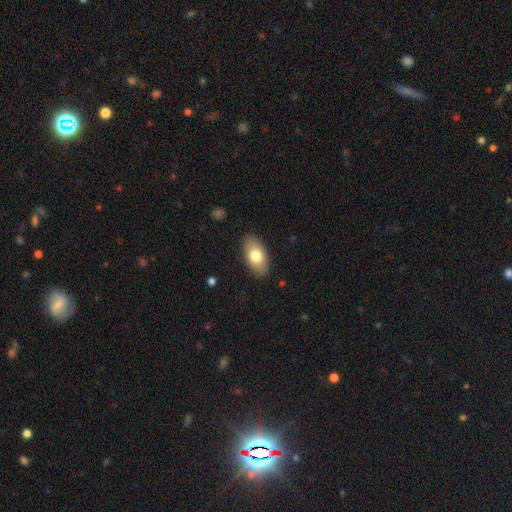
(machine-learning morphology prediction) A smooth galaxy with no disk features (75%) that is in between round and cigar-shaped (93%).

Vote fractions:
- Smooth or featured? smooth: 75% / featured or disk: 18% / star or artifact: 6%
- How rounded? in between: 93% / round: 4% / cigar-shaped: 3%
- Merging? none: 87% / minor disturbance: 9% / major disturbance: 2% / merger: 1%